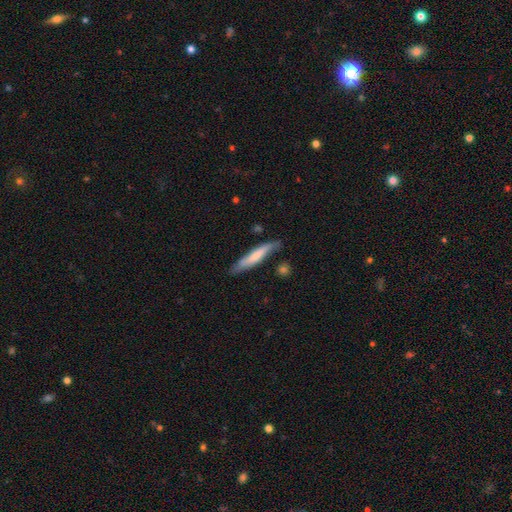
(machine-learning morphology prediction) smooth_or_featured: smooth (p=0.60) [alt: featured or disk p=0.35]
how_rounded: cigar-shaped (p=0.90) [alt: in between p=0.09]
merging: none (p=0.75) [alt: minor disturbance p=0.19]